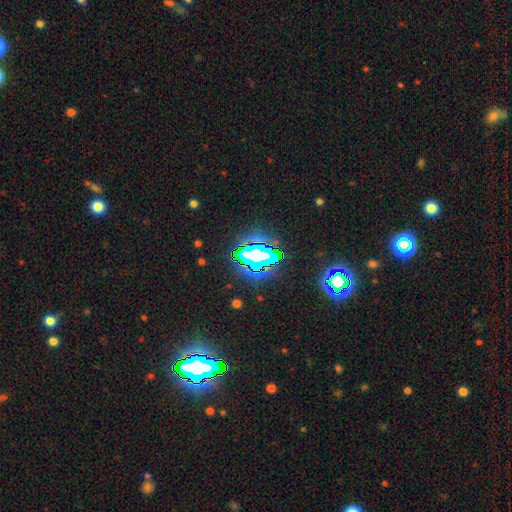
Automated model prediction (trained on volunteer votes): Overall: star or artifact (68%).